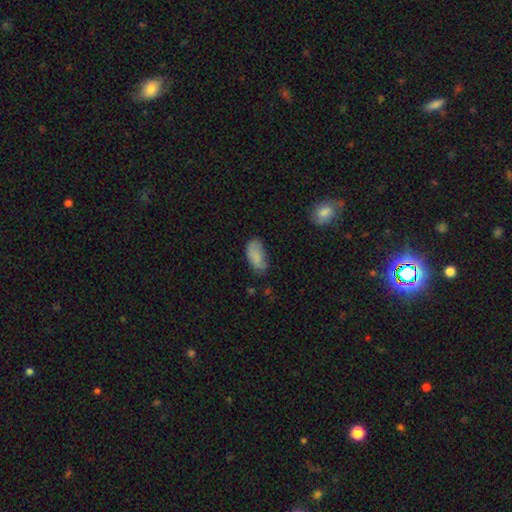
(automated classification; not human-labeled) Smooth or featured? Predicted: smooth (p=0.83). How rounded? Predicted: in between (p=0.93). Merging? Predicted: none (p=0.58).